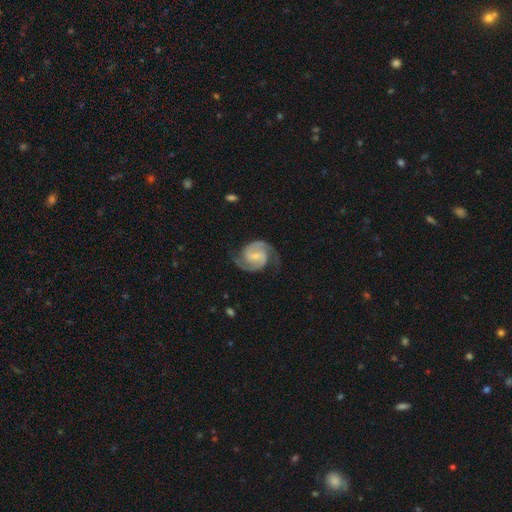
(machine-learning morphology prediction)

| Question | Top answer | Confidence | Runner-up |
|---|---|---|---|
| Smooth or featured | featured or disk | 91% | smooth (5%) |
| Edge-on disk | no | 98% | yes (2%) |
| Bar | weak | 52% | no (28%) |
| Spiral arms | yes | 98% | no (2%) |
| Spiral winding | medium | 56% | tight (33%) |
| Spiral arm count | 2 | 94% | can't tell (2%) |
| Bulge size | small | 55% | moderate (23%) |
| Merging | none | 80% | minor disturbance (14%) |